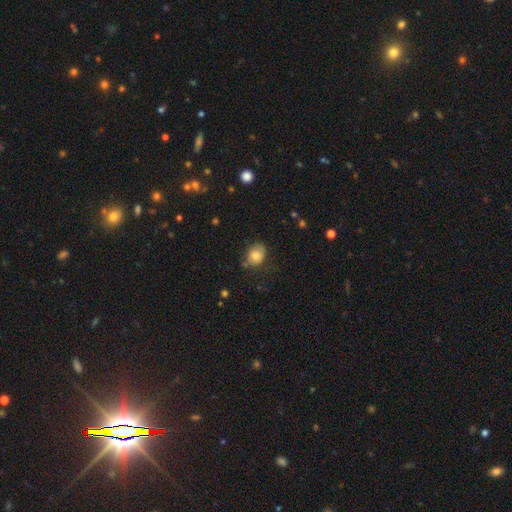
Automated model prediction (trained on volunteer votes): The model was most divided on "how rounded": in between: 65%, round: 34%, cigar-shaped: 1%. More confident: smooth or featured — smooth (78%); merging — none (64%).